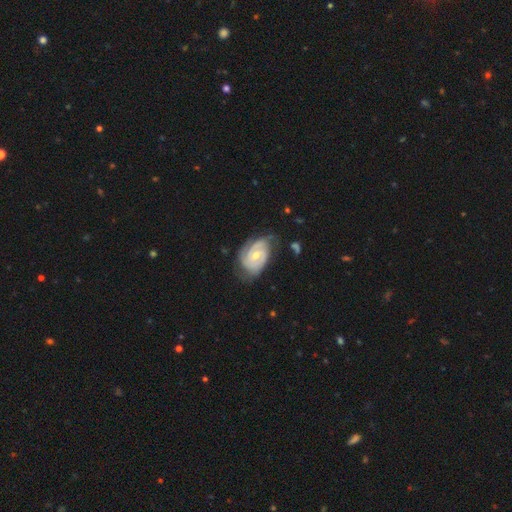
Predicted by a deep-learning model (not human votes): smooth-or-featured: featured or disk: 83% | smooth: 13% | star or artifact: 5%
  disk-edge-on: no: 97% | yes: 3%
    bar: no: 54% | weak: 38% | strong: 8%
    has-spiral-arms: yes: 94% | no: 6%
      spiral-winding: tight: 62% | medium: 30% | loose: 8%
      spiral-arm-count: 2: 51% | can't tell: 20% | 3: 18% | 1: 5% | 4: 3% | more than 4: 3%
    bulge-size: moderate: 57% | small: 39% | large: 2% | none: 1% | dominant: 1%
  merging: none: 61% | minor disturbance: 26% | major disturbance: 10% | merger: 2%